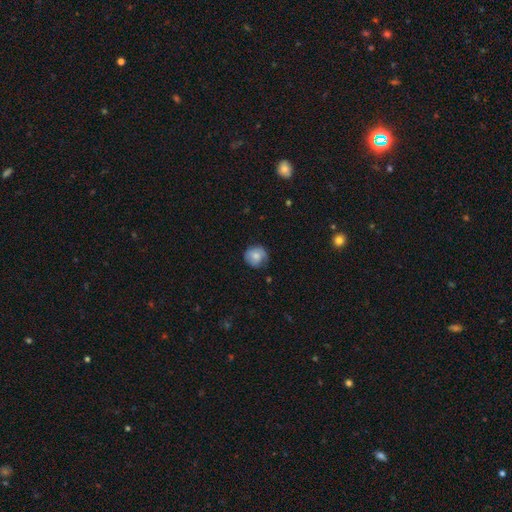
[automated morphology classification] Q: Smooth or featured?
A: smooth (65%); runner-up: featured or disk (27%)
Q: How rounded?
A: round (87%); runner-up: in between (12%)
Q: Merging?
A: none (70%); runner-up: minor disturbance (23%)